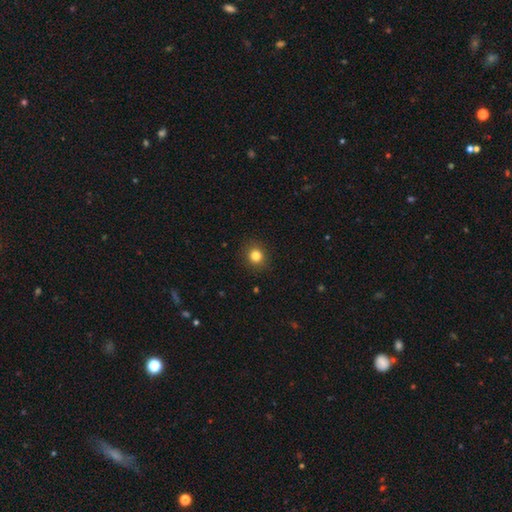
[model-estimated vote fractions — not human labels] A smooth galaxy with no disk features (82%) that is round (82%).

Vote fractions:
- Smooth or featured? smooth: 82% / star or artifact: 12% / featured or disk: 6%
- How rounded? round: 82% / in between: 17% / cigar-shaped: 1%
- Merging? none: 90% / minor disturbance: 7% / major disturbance: 2% / merger: 1%